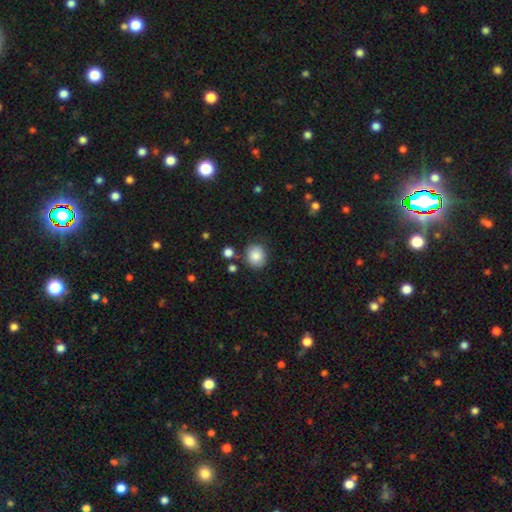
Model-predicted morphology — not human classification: The model was most divided on "how rounded": round: 80%, in between: 19%, cigar-shaped: 1%. More confident: smooth or featured — smooth (85%); merging — none (82%).